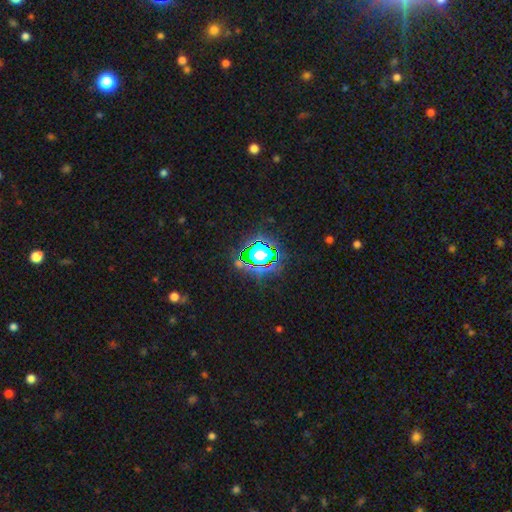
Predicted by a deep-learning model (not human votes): A star or artifact, not a galaxy (78%).